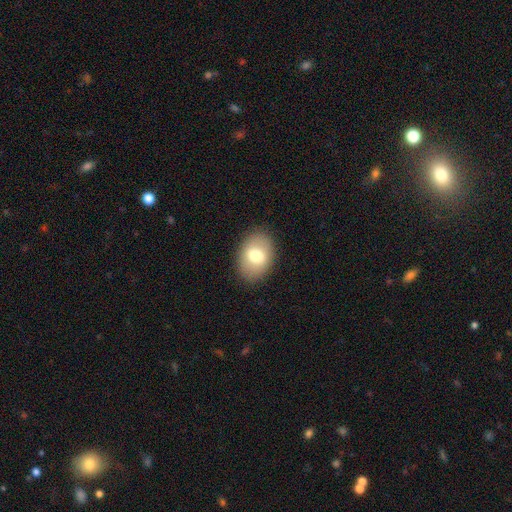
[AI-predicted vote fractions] This appears to be a smooth galaxy with no disk features (72%) that is in between round and cigar-shaped (78%). Merging: none (87%).